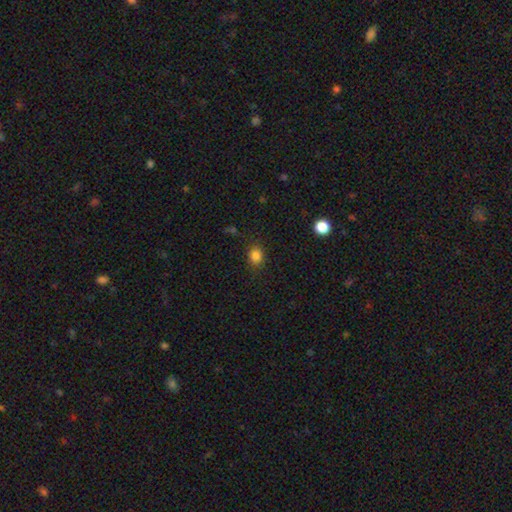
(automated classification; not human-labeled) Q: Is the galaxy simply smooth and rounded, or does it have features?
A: smooth — 83%.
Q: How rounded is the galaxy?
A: round — 59%.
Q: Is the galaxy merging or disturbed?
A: none — 85%.